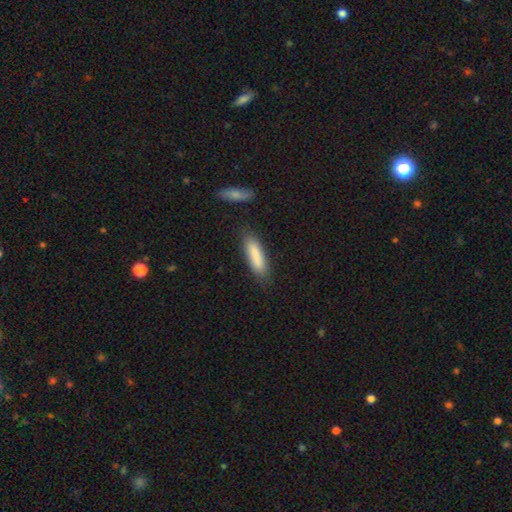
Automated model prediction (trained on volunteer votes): Overall: smooth (85%). How rounded: cigar-shaped (65%; in between 34%). Merging: none (80%).